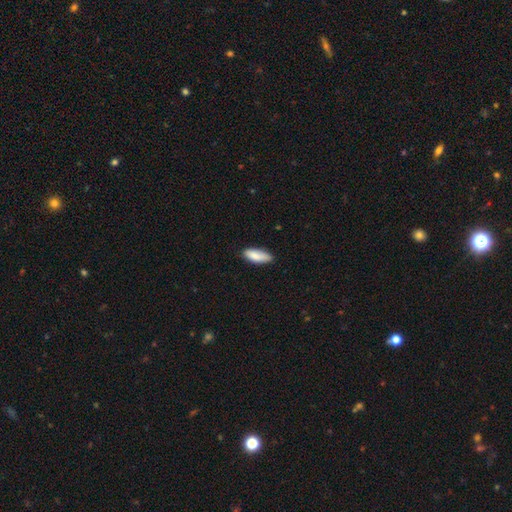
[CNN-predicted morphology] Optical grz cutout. It shows a smooth galaxy with no disk features (86%) that is in between round and cigar-shaped (70%). Merging: none (78%).